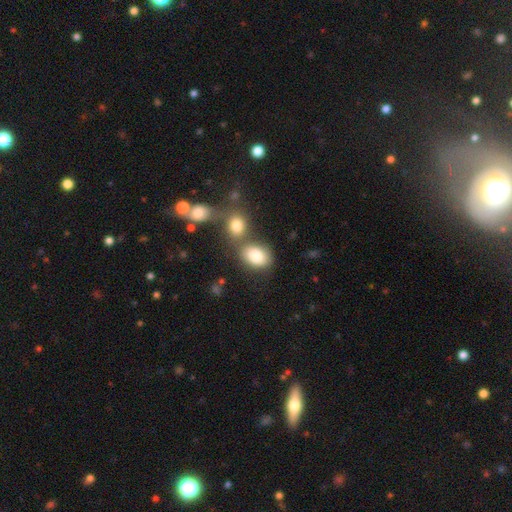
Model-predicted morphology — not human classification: Overall: smooth (84%). How rounded: in between (72%). Merging: none (48%; merger 30%).